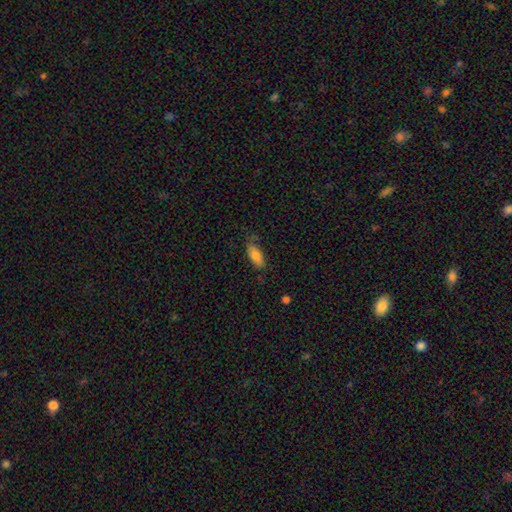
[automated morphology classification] A smooth galaxy with no disk features (80%) that is in between round and cigar-shaped (80%).

Vote fractions:
- Smooth or featured? smooth: 80% / featured or disk: 13% / star or artifact: 7%
- How rounded? in between: 80% / cigar-shaped: 18% / round: 2%
- Merging? none: 68% / minor disturbance: 24% / major disturbance: 6% / merger: 2%